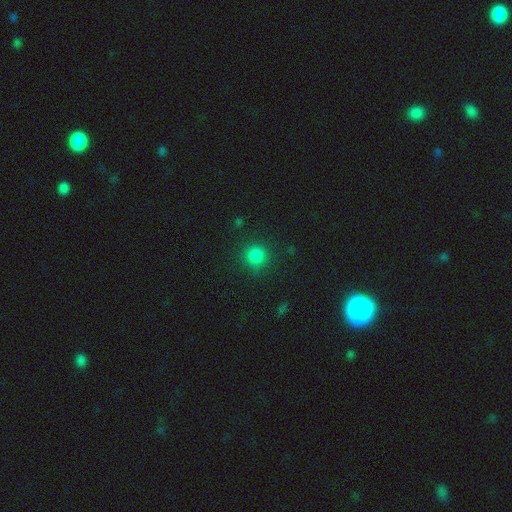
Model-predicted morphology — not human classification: smooth_or_featured: smooth (p=0.83) [alt: star or artifact p=0.14]
how_rounded: round (p=0.93) [alt: in between p=0.06]
merging: none (p=0.87) [alt: minor disturbance p=0.08]